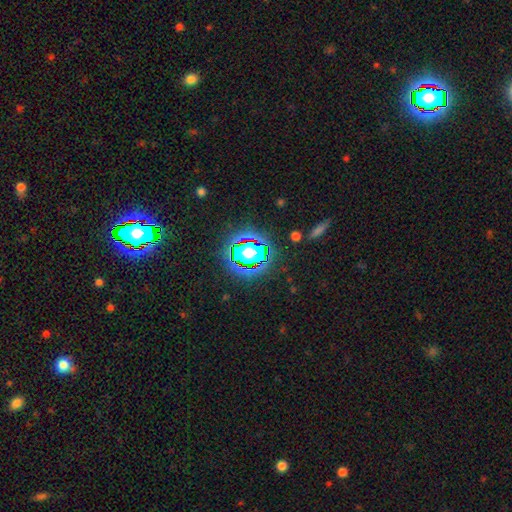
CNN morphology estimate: Smooth or featured? Predicted: star or artifact (p=0.79).